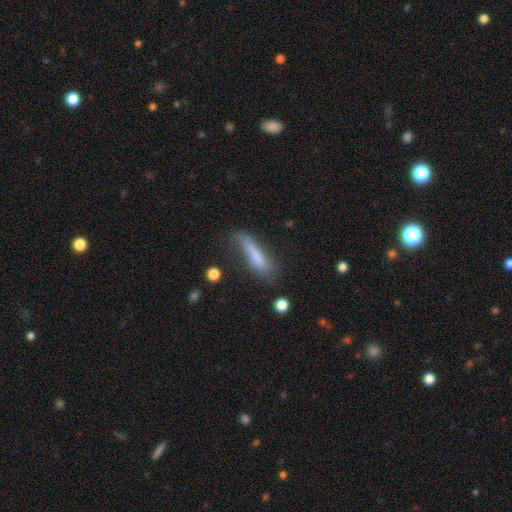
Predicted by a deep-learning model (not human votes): Smooth or featured?
  - smooth: 72% *
  - featured or disk: 20%
  - star or artifact: 8%
How rounded?
  - cigar-shaped: 80% *
  - in between: 18%
  - round: 2%
Merging?
  - none: 48% *
  - minor disturbance: 28%
  - major disturbance: 19%
  - merger: 4%